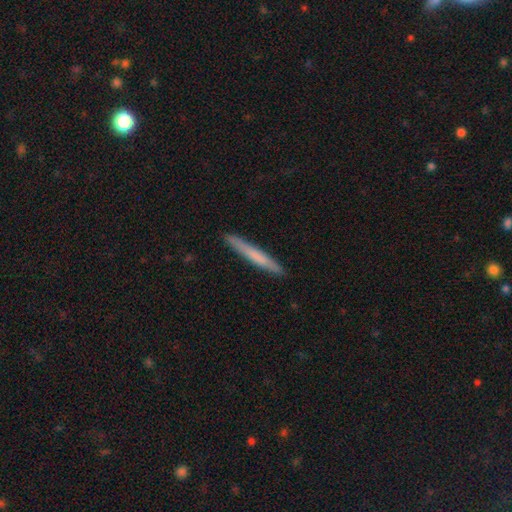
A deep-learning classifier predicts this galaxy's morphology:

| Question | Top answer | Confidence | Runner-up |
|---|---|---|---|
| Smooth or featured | smooth | 66% | featured or disk (29%) |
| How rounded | cigar-shaped | 97% | in between (2%) |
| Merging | none | 91% | minor disturbance (6%) |